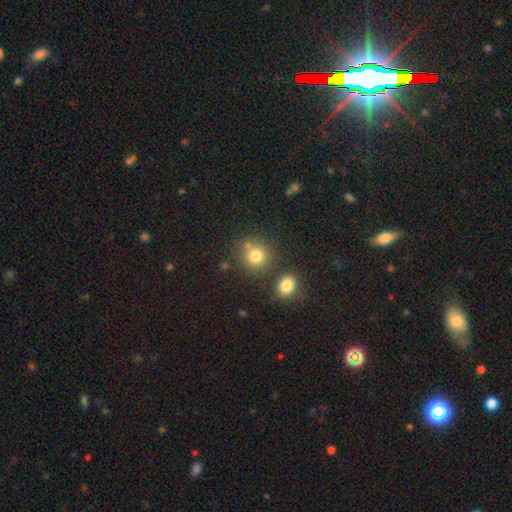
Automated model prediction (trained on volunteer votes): Q: Smooth or featured?
A: smooth (80%); runner-up: star or artifact (13%)
Q: How rounded?
A: round (87%); runner-up: in between (12%)
Q: Merging?
A: none (71%); runner-up: merger (16%)